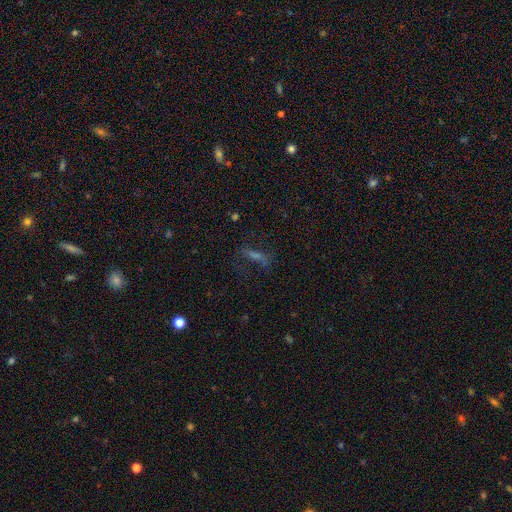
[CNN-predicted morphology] type=smooth (36%); merging=none (65%).